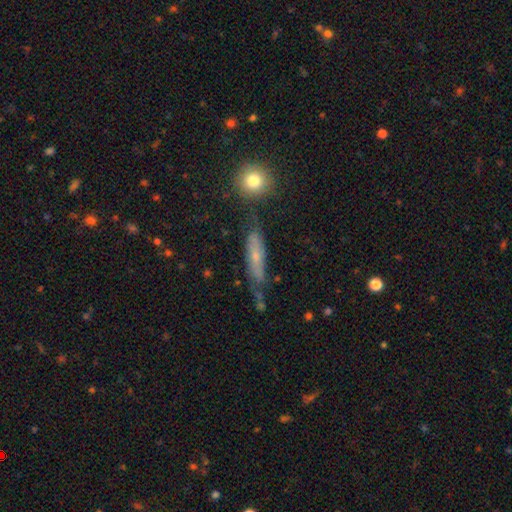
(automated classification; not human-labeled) This is possibly a smooth galaxy (47%). Merging: possibly none (57%).